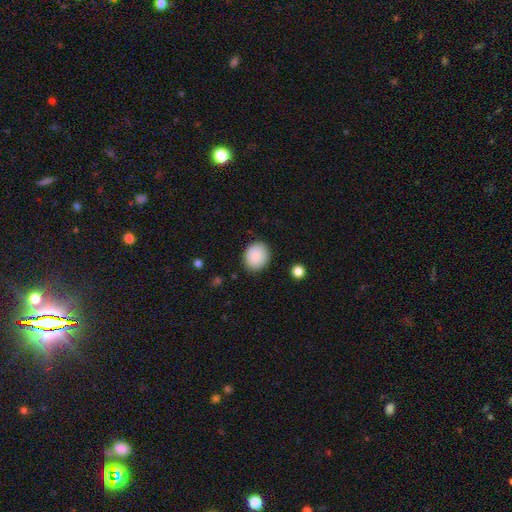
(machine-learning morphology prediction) A smooth galaxy with no disk features (89%) that is round (75%).

Vote fractions:
- Smooth or featured? smooth: 89% / star or artifact: 8% / featured or disk: 4%
- How rounded? round: 75% / in between: 24% / cigar-shaped: 1%
- Merging? none: 88% / minor disturbance: 8% / major disturbance: 2% / merger: 1%